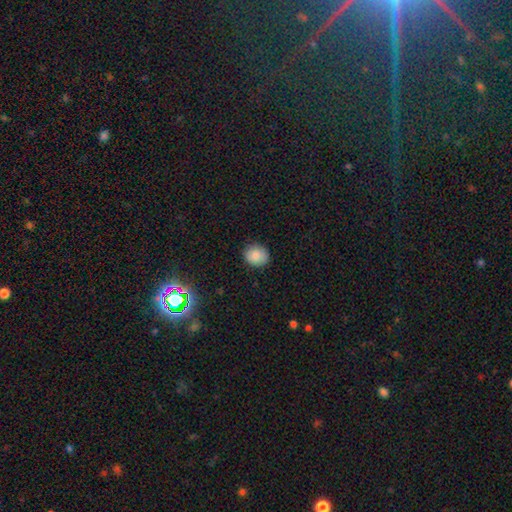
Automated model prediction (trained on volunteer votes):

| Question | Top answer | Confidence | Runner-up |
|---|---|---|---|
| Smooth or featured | smooth | 85% | star or artifact (9%) |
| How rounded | round | 72% | in between (27%) |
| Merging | none | 86% | minor disturbance (11%) |